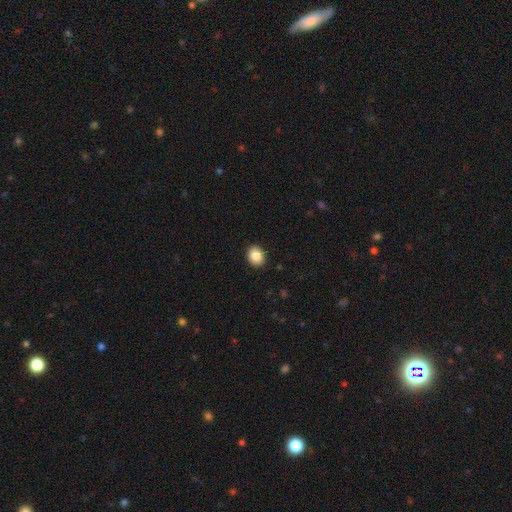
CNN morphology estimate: This appears to be a smooth galaxy with no disk features (88%) that is round (55%). Merging: none (91%).